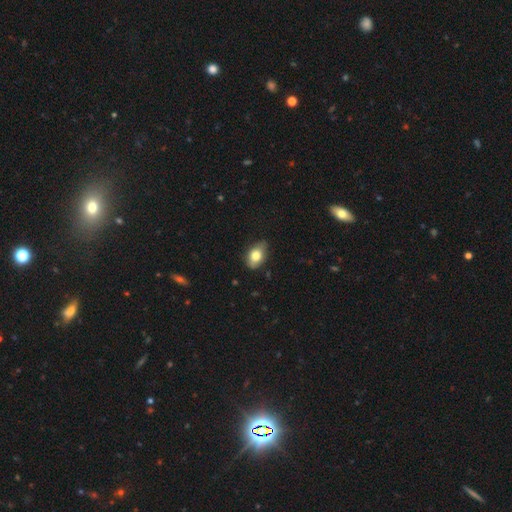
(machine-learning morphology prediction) Overall: smooth (76%). How rounded: in between (85%). Merging: none (72%).